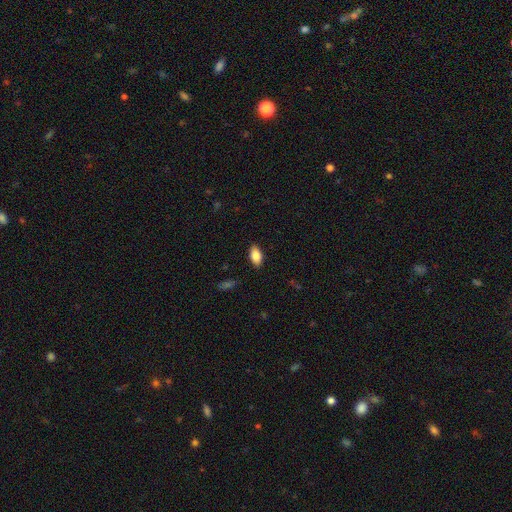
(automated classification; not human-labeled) The model was most divided on "smooth or featured": smooth: 85%, featured or disk: 8%, star or artifact: 7%. More confident: how rounded — in between (92%); merging — none (87%).